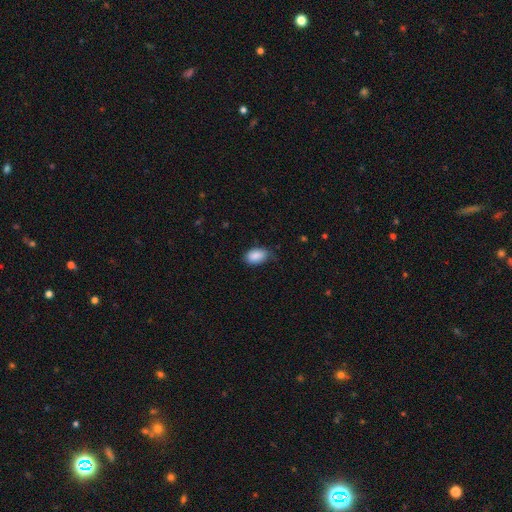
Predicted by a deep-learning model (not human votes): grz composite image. It shows a smooth galaxy with no disk features (88%) that is in between round and cigar-shaped (89%). Merging: none (66%).